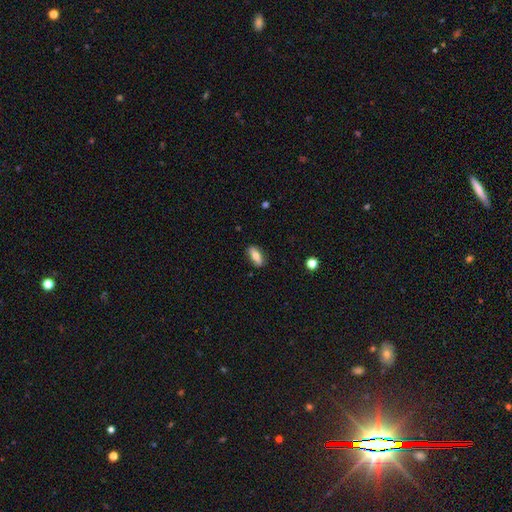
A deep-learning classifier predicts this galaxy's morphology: The model was most divided on "smooth or featured": smooth: 68%, featured or disk: 25%, star or artifact: 7%. More confident: merging — none (86%); how rounded — in between (74%).